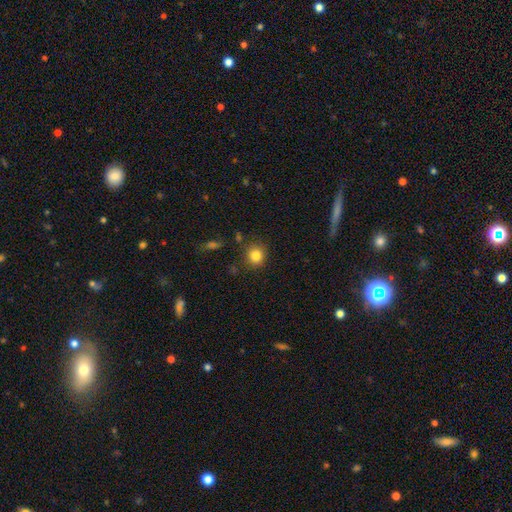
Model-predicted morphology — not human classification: smooth-or-featured: smooth: 83% | star or artifact: 11% | featured or disk: 6%
  how-rounded: round: 85% | in between: 14% | cigar-shaped: 1%
  merging: none: 84% | minor disturbance: 10% | major disturbance: 3% | merger: 3%